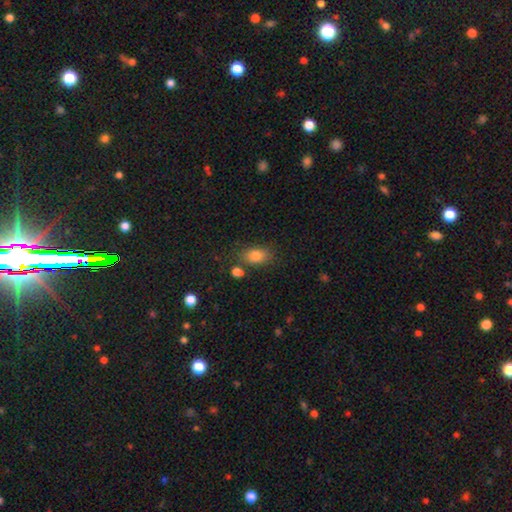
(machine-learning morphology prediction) Overall: smooth (82%). How rounded: in between (81%). Merging: none (73%).